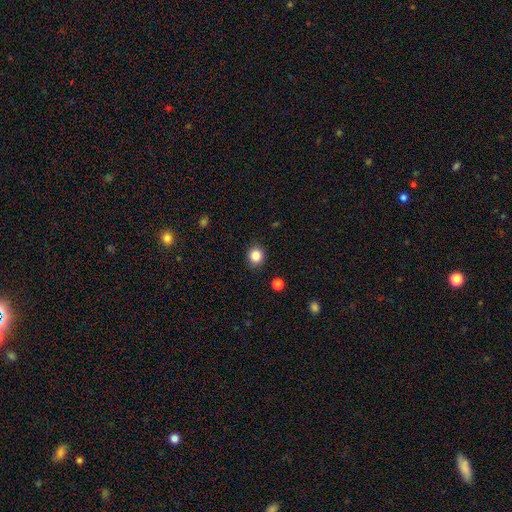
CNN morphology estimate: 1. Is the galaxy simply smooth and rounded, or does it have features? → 85% smooth, 11% star or artifact, 4% featured or disk.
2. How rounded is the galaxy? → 84% round, 15% in between, 1% cigar-shaped.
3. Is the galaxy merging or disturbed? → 90% none, 7% minor disturbance, 2% major disturbance, 1% merger.